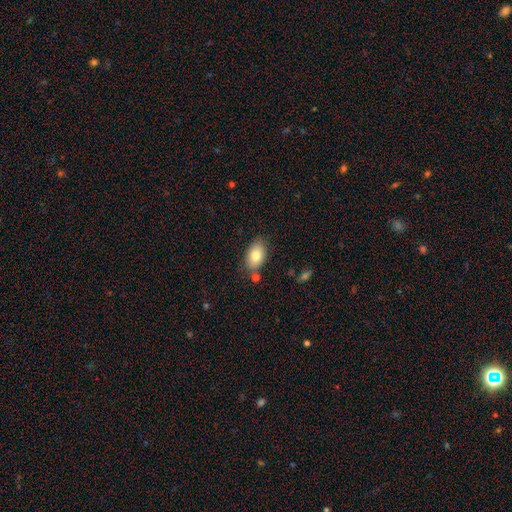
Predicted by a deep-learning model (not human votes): A smooth galaxy with no disk features (79%) that is in between round and cigar-shaped (90%).

Vote fractions:
- Smooth or featured? smooth: 79% / featured or disk: 13% / star or artifact: 8%
- How rounded? in between: 90% / round: 9% / cigar-shaped: 1%
- Merging? none: 78% / minor disturbance: 14% / merger: 5% / major disturbance: 3%